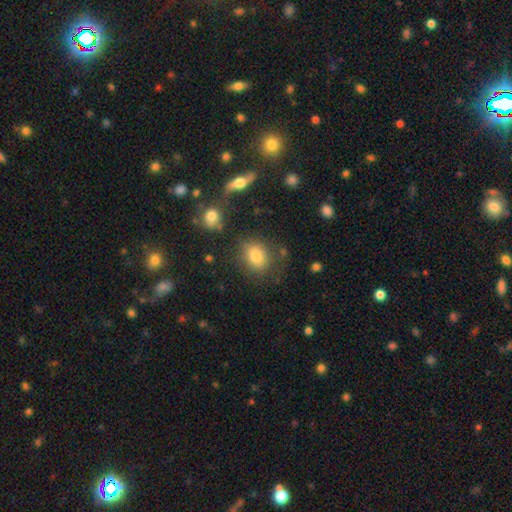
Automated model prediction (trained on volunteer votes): Smooth or featured? Predicted: smooth (p=0.81). How rounded? Predicted: in between (p=0.52). Merging? Predicted: none (p=0.75).